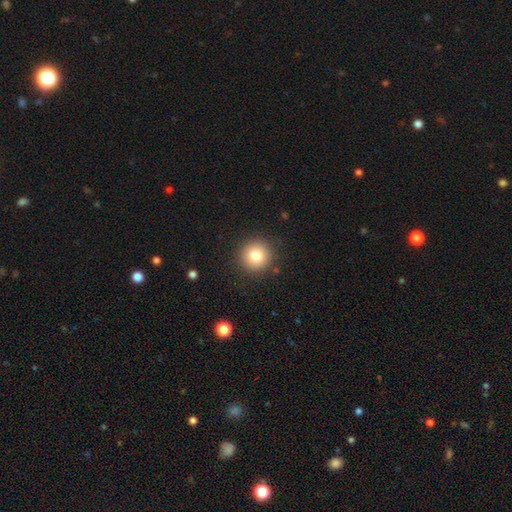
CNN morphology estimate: Smooth or featured? Predicted: smooth (p=0.80). How rounded? Predicted: round (p=0.95). Merging? Predicted: none (p=0.91).